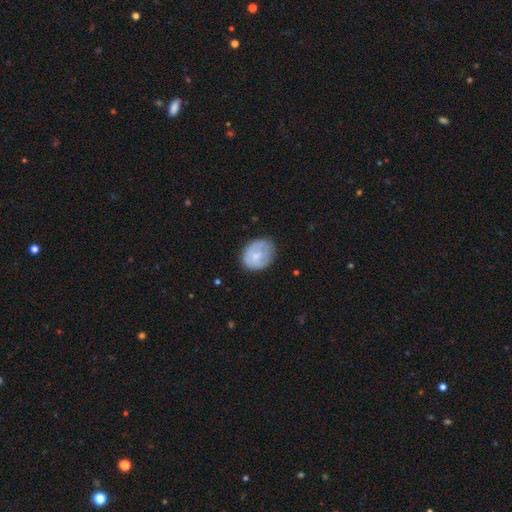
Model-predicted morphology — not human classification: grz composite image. It shows a smooth galaxy with no disk features (64%) that is round (51%). Merging: none (72%).